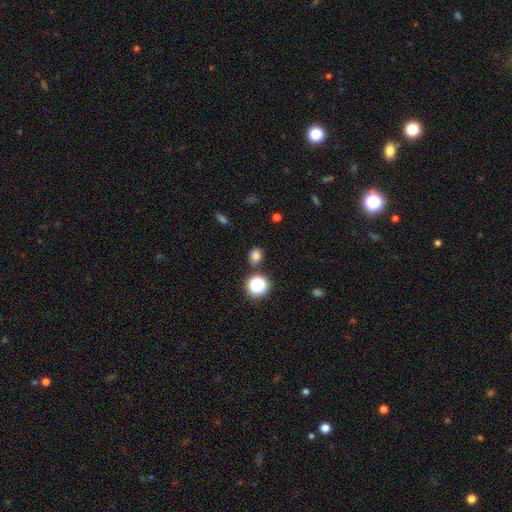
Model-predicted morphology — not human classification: Smooth or featured? smooth (77%)
How rounded? round (67%)
Merging? none (83%)